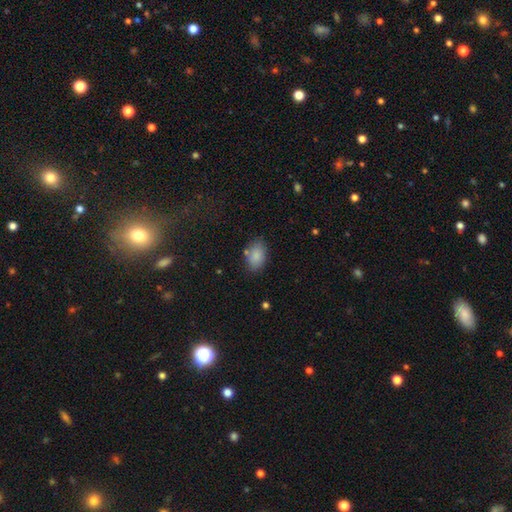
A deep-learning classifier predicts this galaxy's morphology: A smooth galaxy with no disk features (86%) that is in between round and cigar-shaped (89%).

Vote fractions:
- Smooth or featured? smooth: 86% / star or artifact: 8% / featured or disk: 6%
- How rounded? in between: 89% / round: 10% / cigar-shaped: 1%
- Merging? none: 77% / minor disturbance: 15% / merger: 5% / major disturbance: 4%